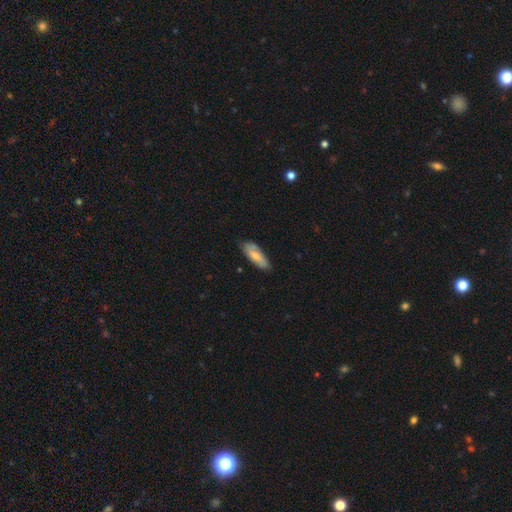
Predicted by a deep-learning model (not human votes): Smooth or featured? smooth (68%)
How rounded? in between (64%)
Merging? none (74%)